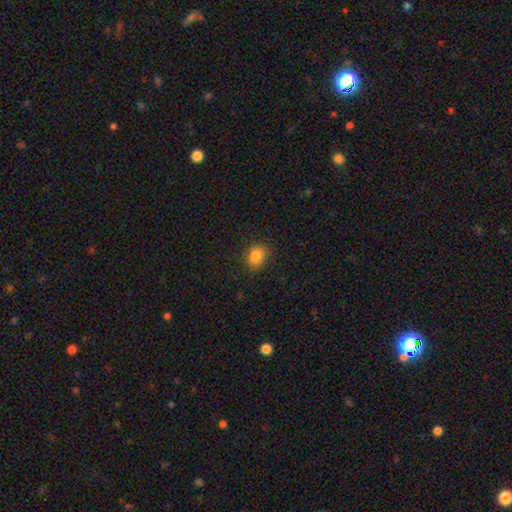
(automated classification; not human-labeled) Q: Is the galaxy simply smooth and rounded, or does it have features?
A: smooth — 84%.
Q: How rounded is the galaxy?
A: in between — 67%.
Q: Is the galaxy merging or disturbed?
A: none — 78%.